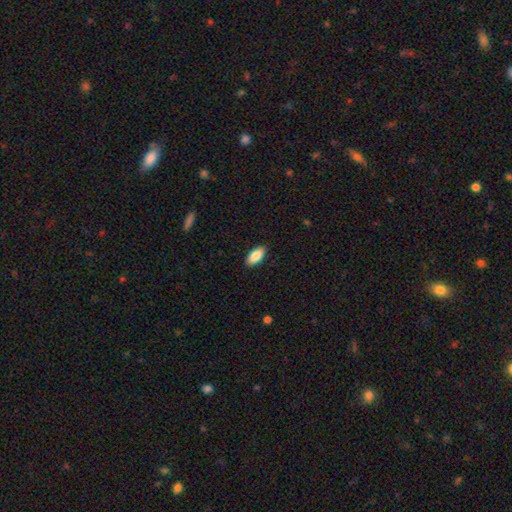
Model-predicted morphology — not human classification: smooth 88%, featured or disk 6%, star or artifact 6%. Down the decision tree: how rounded — in between (90%); merging — none (89%).